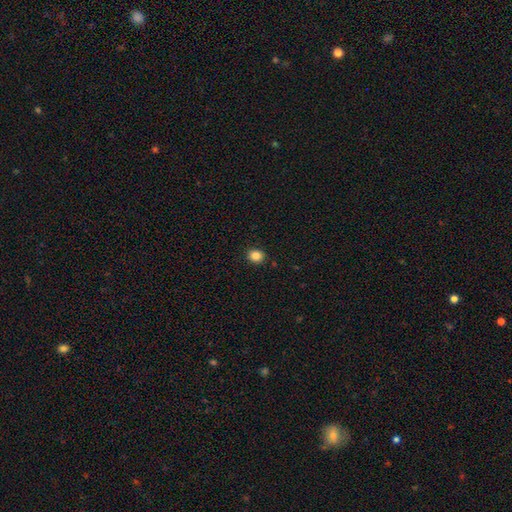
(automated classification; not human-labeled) A smooth galaxy with no disk features (84%) that is round (74%). Merging: none (91%).